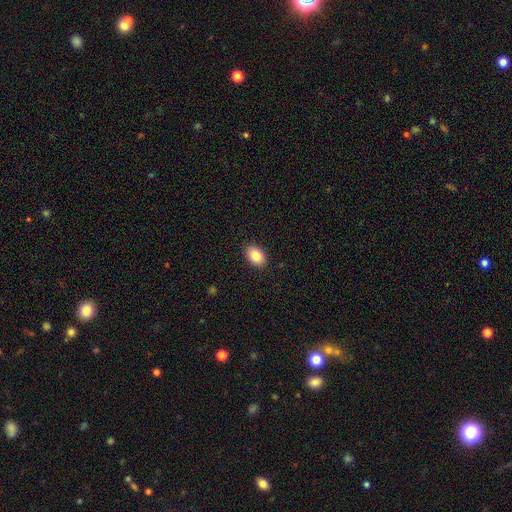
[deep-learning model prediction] Smooth or featured? Predicted: smooth (p=0.85). How rounded? Predicted: in between (p=0.84). Merging? Predicted: none (p=0.90).